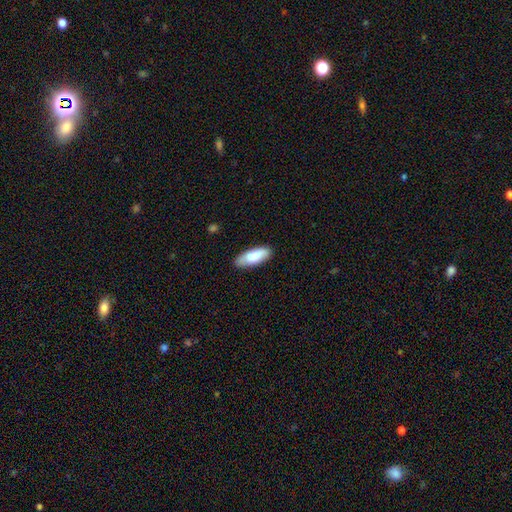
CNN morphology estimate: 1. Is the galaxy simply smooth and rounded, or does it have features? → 81% smooth, 13% featured or disk, 6% star or artifact.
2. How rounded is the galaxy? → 71% in between, 27% cigar-shaped, 2% round.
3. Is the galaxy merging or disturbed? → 80% none, 16% minor disturbance, 3% major disturbance, 2% merger.